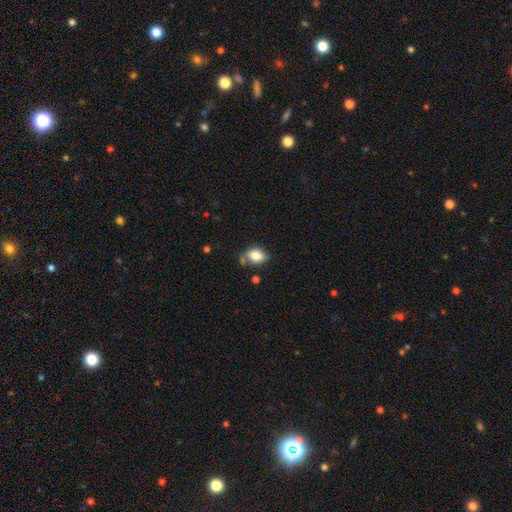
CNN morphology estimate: Overall: smooth (80%). How rounded: in between (78%). Merging: none (60%; minor disturbance 23%).